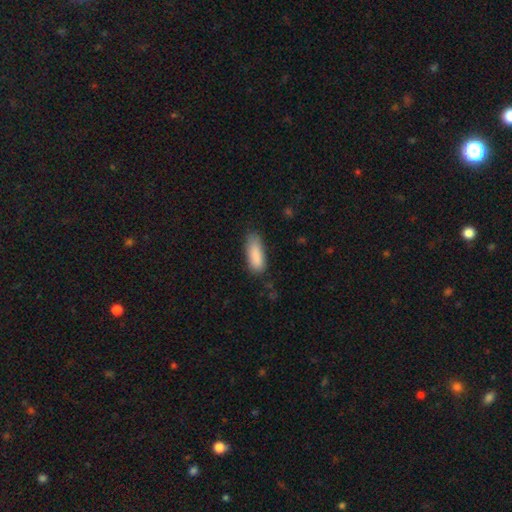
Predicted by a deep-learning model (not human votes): This appears to be a smooth galaxy with no disk features (88%) that is in between round and cigar-shaped (69%). Merging: none (68%).